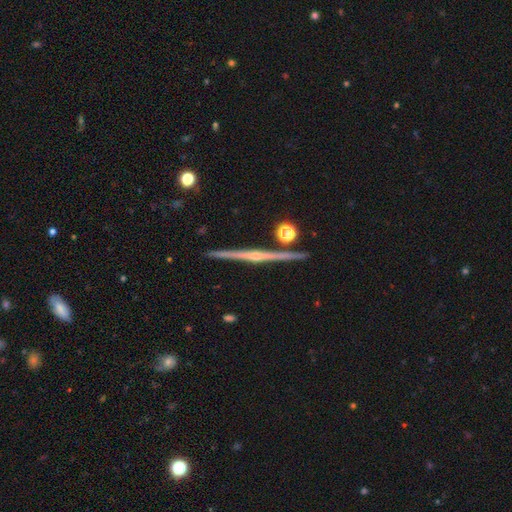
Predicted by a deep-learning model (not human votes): The model was most divided on "edge-on bulge": rounded: 78%, none: 16%, boxy: 6%. More confident: edge-on disk — yes (99%); merging — none (92%); smooth or featured — featured or disk (85%).